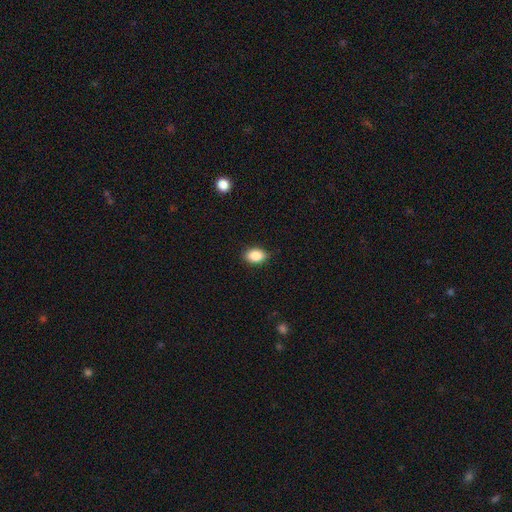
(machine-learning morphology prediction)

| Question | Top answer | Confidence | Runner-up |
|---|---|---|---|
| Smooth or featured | smooth | 87% | star or artifact (8%) |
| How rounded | in between | 84% | round (15%) |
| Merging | none | 87% | minor disturbance (10%) |